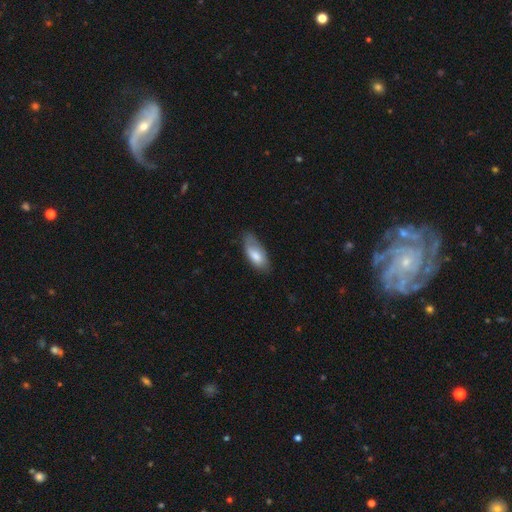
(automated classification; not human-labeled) Smooth or featured?
  - smooth: 77% *
  - featured or disk: 17%
  - star or artifact: 6%
How rounded?
  - in between: 86% *
  - cigar-shaped: 12%
  - round: 2%
Merging?
  - none: 52% *
  - minor disturbance: 36%
  - major disturbance: 11%
  - merger: 2%